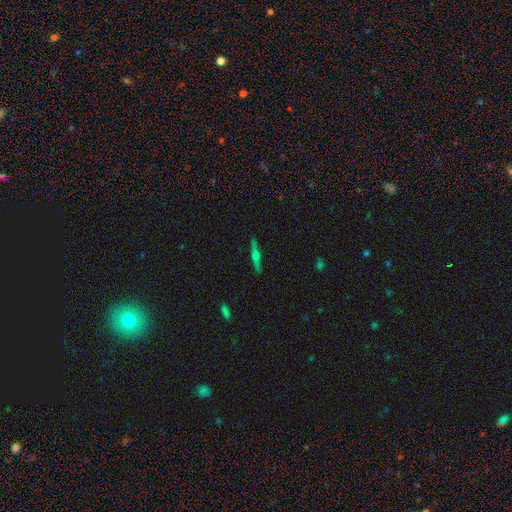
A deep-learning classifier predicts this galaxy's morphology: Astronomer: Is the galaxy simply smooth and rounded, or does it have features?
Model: featured or disk — 74%.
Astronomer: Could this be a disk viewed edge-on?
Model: yes — 98%.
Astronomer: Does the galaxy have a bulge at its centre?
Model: rounded — 94%.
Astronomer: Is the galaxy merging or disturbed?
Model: none — 91%.